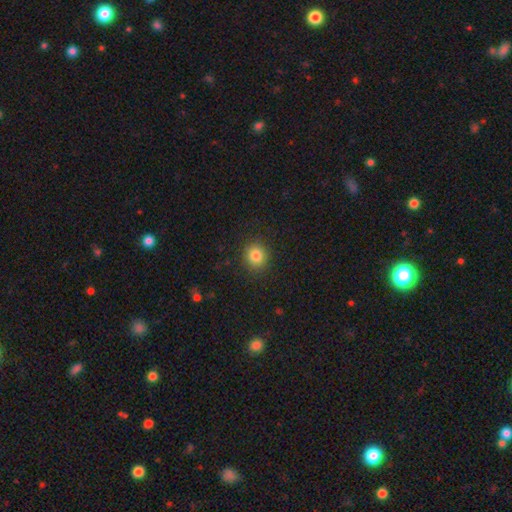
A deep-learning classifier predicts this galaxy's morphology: Smooth or featured?
  - smooth: 83% *
  - star or artifact: 11%
  - featured or disk: 6%
How rounded?
  - round: 84% *
  - in between: 15%
  - cigar-shaped: 1%
Merging?
  - none: 89% *
  - minor disturbance: 7%
  - major disturbance: 2%
  - merger: 1%